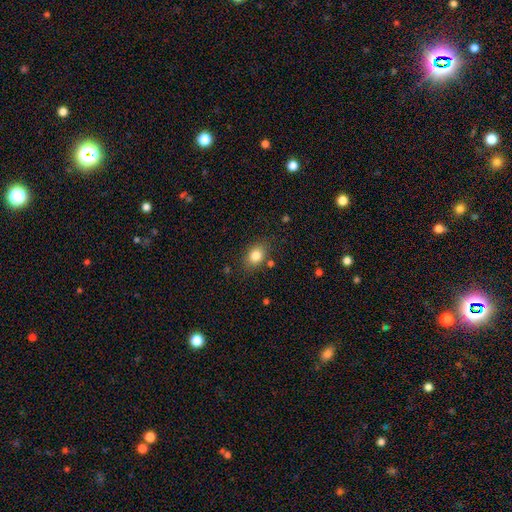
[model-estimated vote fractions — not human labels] Overall: smooth (81%). How rounded: in between (69%; round 30%). Merging: none (80%).